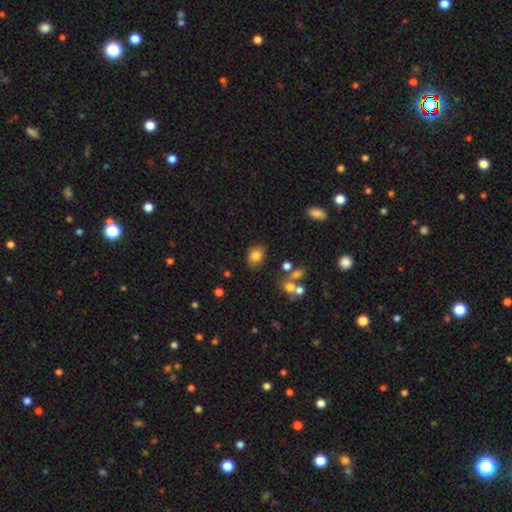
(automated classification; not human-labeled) smooth 81%, star or artifact 11%, featured or disk 8%. Down the decision tree: how rounded — in between (52%); merging — none (81%).